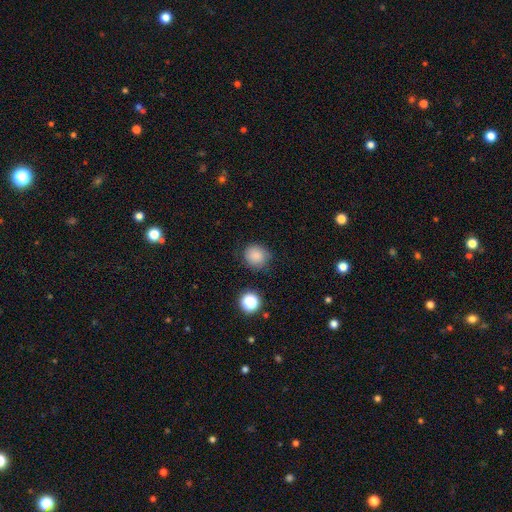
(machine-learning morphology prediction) This appears to be a smooth galaxy with no disk features (83%) that is round (88%). Merging: none (80%).